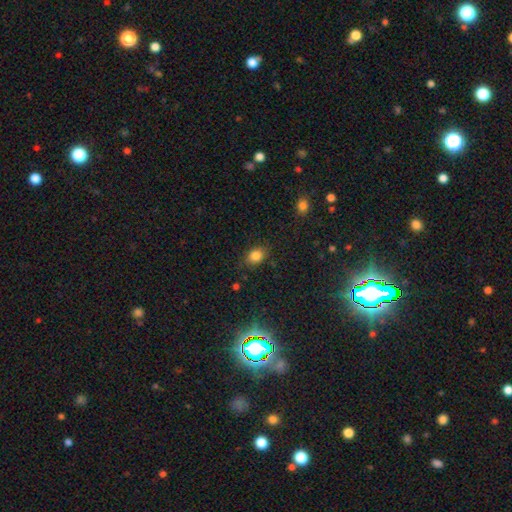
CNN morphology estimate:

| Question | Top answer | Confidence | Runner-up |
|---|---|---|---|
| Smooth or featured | smooth | 82% | star or artifact (12%) |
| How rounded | in between | 63% | round (36%) |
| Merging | none | 78% | minor disturbance (16%) |